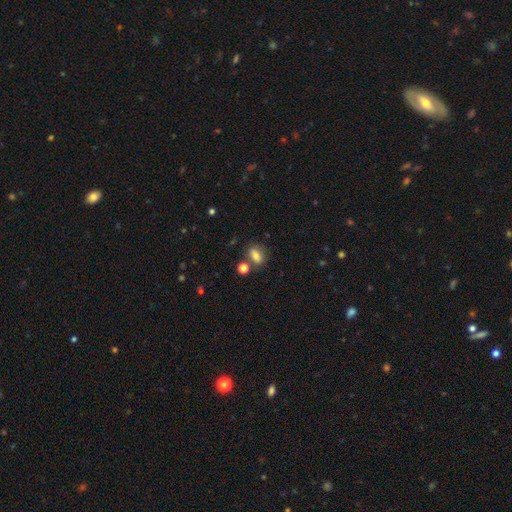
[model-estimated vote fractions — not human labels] smooth_or_featured: smooth (p=0.79) [alt: star or artifact p=0.11]
how_rounded: in between (p=0.77) [alt: round p=0.18]
merging: none (p=0.68) [alt: merger p=0.14]